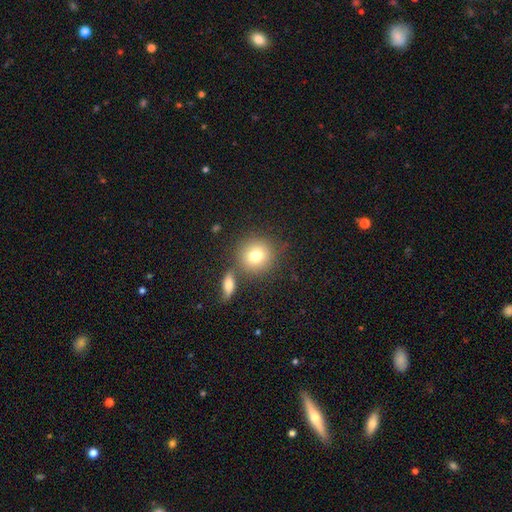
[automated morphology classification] Smooth or featured: smooth — 78% (featured or disk — 12%)
How rounded: round — 88% (in between — 11%)
Merging: none — 71% (merger — 17%)